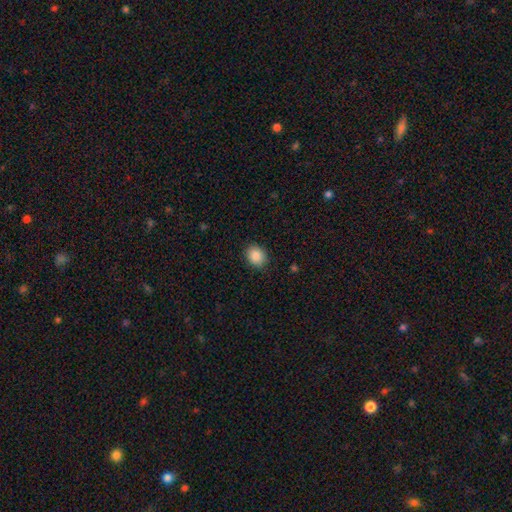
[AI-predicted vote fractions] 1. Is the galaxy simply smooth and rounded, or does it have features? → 87% smooth, 8% star or artifact, 5% featured or disk.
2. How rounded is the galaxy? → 55% round, 44% in between, 1% cigar-shaped.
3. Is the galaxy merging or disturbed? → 88% none, 8% minor disturbance, 2% major disturbance, 1% merger.